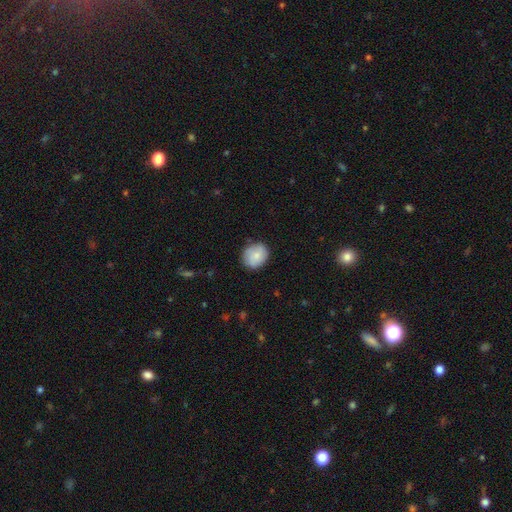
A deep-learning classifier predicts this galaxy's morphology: smooth-or-featured: smooth: 83% | featured or disk: 10% | star or artifact: 7%
  how-rounded: round: 71% | in between: 28% | cigar-shaped: 1%
  merging: none: 82% | minor disturbance: 14% | major disturbance: 3% | merger: 1%